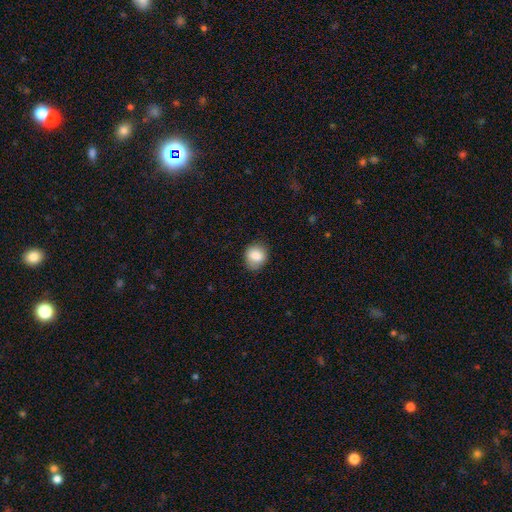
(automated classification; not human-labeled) Smooth or featured?
  - smooth: 86% *
  - star or artifact: 8%
  - featured or disk: 6%
How rounded?
  - round: 70% *
  - in between: 29%
  - cigar-shaped: 1%
Merging?
  - none: 81% *
  - minor disturbance: 15%
  - major disturbance: 3%
  - merger: 1%